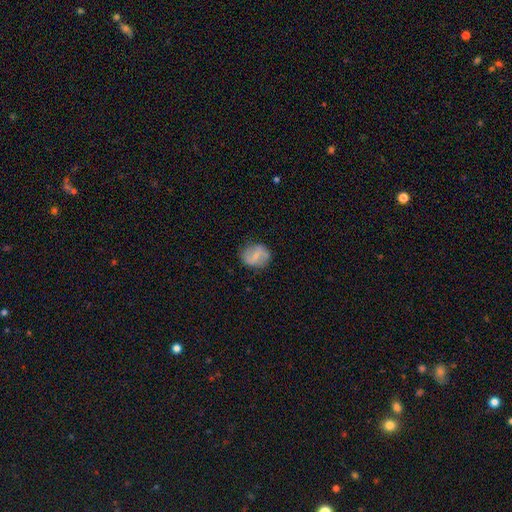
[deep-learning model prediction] Overall: smooth (46%, tied with featured or disk). Merging: none (78%).